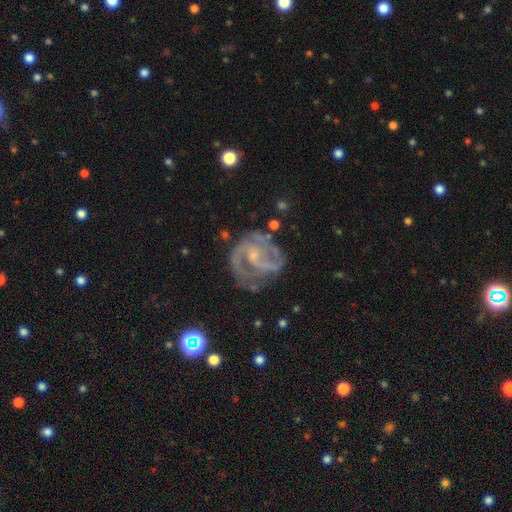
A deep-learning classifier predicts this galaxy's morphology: smooth-or-featured: featured or disk: 87% | star or artifact: 7% | smooth: 6%
  disk-edge-on: no: 98% | yes: 2%
    bar: no: 45% | weak: 43% | strong: 12%
    has-spiral-arms: yes: 96% | no: 4%
      spiral-winding: medium: 54% | tight: 30% | loose: 16%
      spiral-arm-count: 2: 62% | 3: 17% | can't tell: 11% | 1: 4% | 4: 3% | more than 4: 3%
    bulge-size: small: 69% | moderate: 18% | none: 11% | large: 1% | dominant: 1%
  merging: none: 61% | minor disturbance: 21% | major disturbance: 15% | merger: 3%